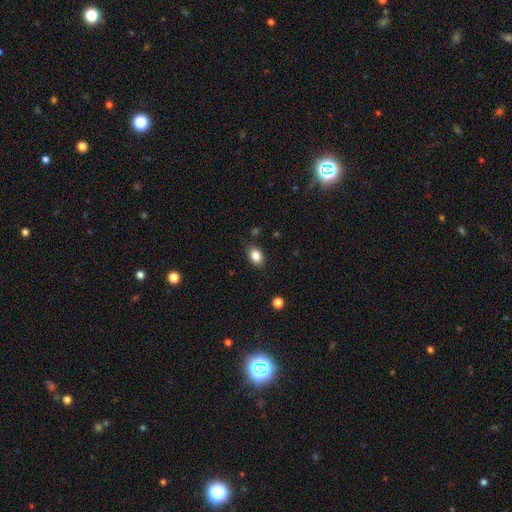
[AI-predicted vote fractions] Smooth or featured? Predicted: smooth (p=0.84). How rounded? Predicted: in between (p=0.75). Merging? Predicted: none (p=0.85).